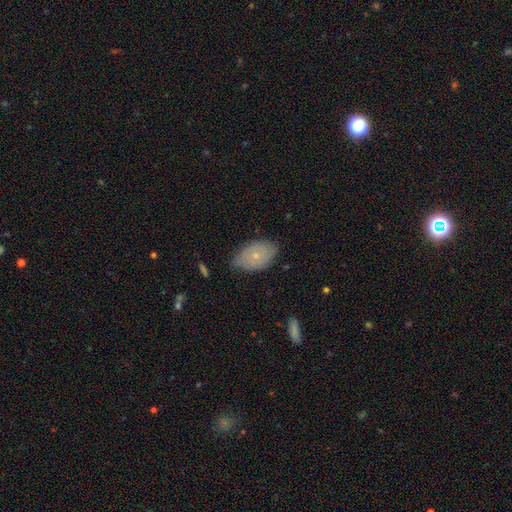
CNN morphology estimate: smooth 58%, featured or disk 34%, star or artifact 7%. Down the decision tree: how rounded — in between (89%); merging — none (70%).